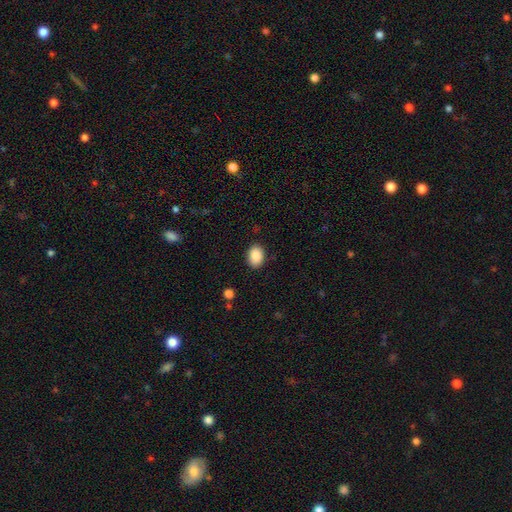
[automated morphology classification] smooth 89%, star or artifact 7%, featured or disk 3%. Down the decision tree: how rounded — in between (77%); merging — none (88%).